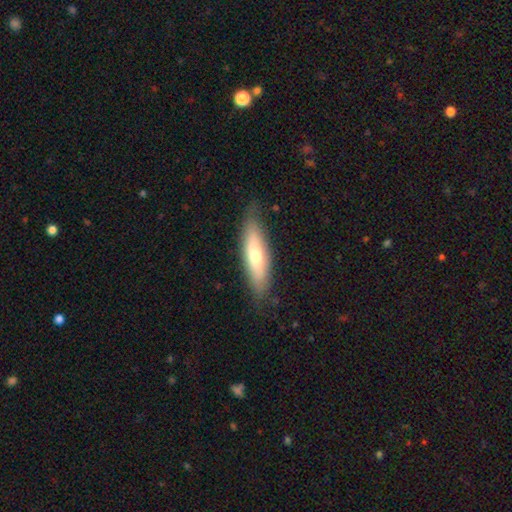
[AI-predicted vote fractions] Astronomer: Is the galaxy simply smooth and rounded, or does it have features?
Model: smooth — 59% (runner-up: featured or disk, 35%).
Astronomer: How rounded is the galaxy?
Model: cigar-shaped — 58% (runner-up: in between, 40%).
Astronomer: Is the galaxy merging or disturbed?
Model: none — 81%.